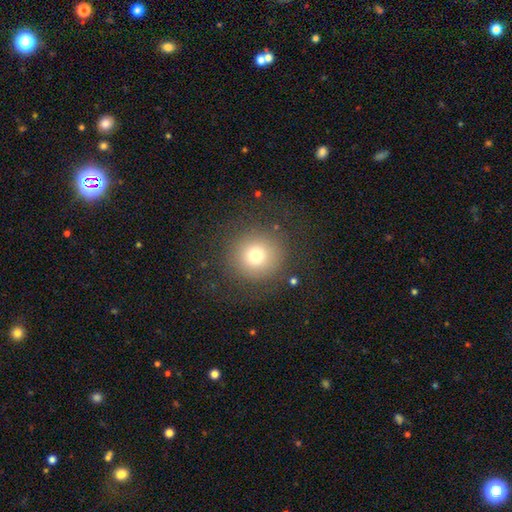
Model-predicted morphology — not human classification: Overall: smooth (73%). How rounded: round (94%). Merging: none (84%).